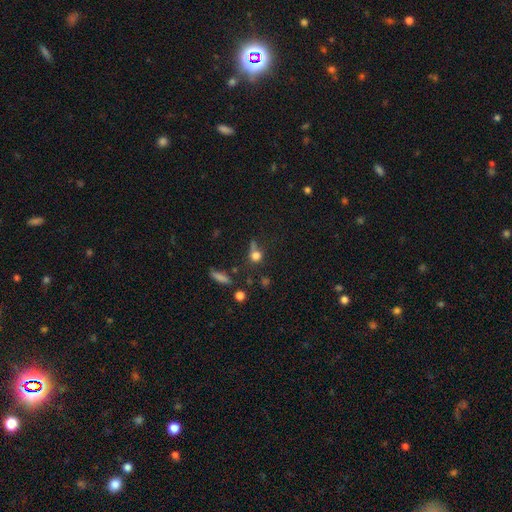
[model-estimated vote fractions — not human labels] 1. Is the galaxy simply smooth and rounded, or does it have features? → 74% smooth, 16% star or artifact, 11% featured or disk.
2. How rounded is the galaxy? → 76% round, 20% in between, 4% cigar-shaped.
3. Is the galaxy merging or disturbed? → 50% none, 20% merger, 17% minor disturbance, 13% major disturbance.